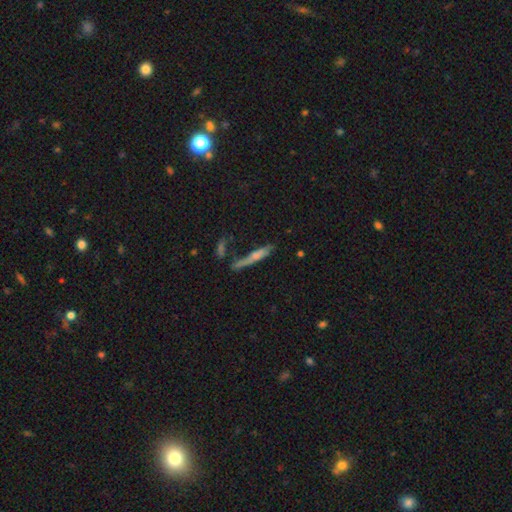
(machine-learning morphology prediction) smooth-or-featured: smooth: 51% | featured or disk: 40% | star or artifact: 9%
  how-rounded: cigar-shaped: 90% | in between: 8% | round: 2%
  merging: none: 53% | minor disturbance: 21% | merger: 15% | major disturbance: 11%